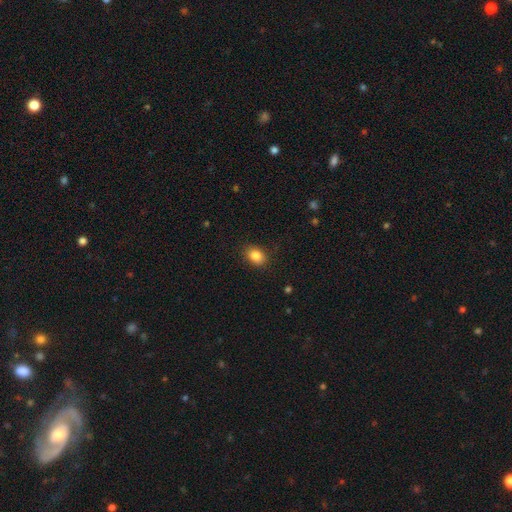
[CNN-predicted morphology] smooth 85%, star or artifact 9%, featured or disk 5%. Down the decision tree: how rounded — in between (69%); merging — none (87%).